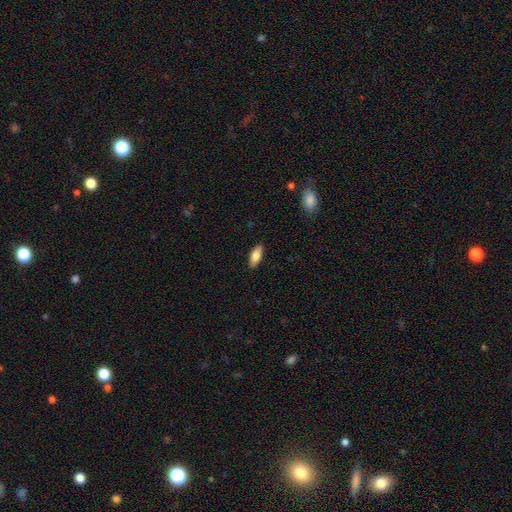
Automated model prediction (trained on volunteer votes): This appears to be a smooth galaxy with no disk features (79%) that is in between round and cigar-shaped (76%). Merging: none (89%).